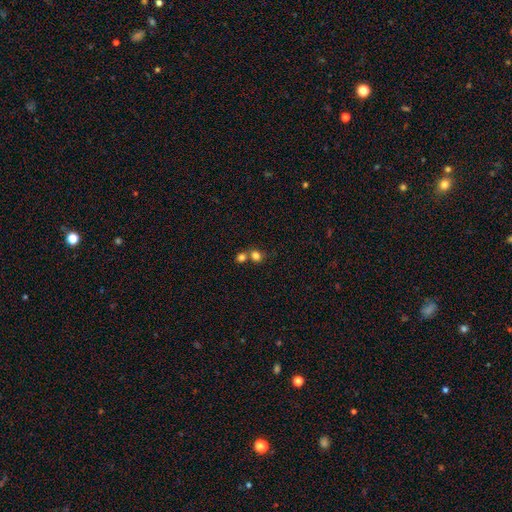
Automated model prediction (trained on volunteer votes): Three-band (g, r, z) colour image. It shows a smooth galaxy with no disk features (80%) that is round (76%). Merging: none (46%).